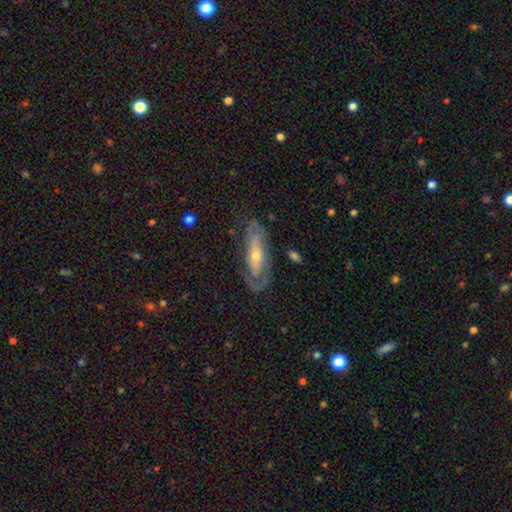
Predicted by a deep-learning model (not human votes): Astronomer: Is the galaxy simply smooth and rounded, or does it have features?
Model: featured or disk — 76%.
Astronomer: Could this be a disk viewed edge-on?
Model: no — 84%.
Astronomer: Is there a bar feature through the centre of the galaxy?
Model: no — 58%.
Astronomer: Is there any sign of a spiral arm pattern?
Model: yes — 83%.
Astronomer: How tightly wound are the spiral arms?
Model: tight — 55% (runner-up: medium, 33%).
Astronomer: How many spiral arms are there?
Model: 2 — 51% (runner-up: can't tell, 30%).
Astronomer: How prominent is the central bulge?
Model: small — 55% (runner-up: moderate, 41%).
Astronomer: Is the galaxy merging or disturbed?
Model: none — 71%.